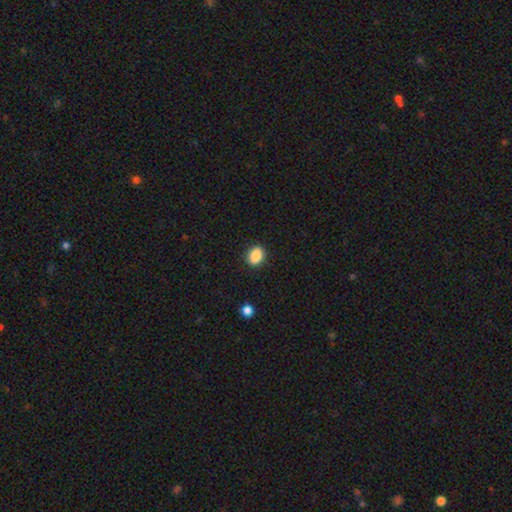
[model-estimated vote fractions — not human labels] smooth_or_featured: smooth (p=0.87) [alt: star or artifact p=0.09]
how_rounded: in between (p=0.67) [alt: round p=0.32]
merging: none (p=0.88) [alt: minor disturbance p=0.08]